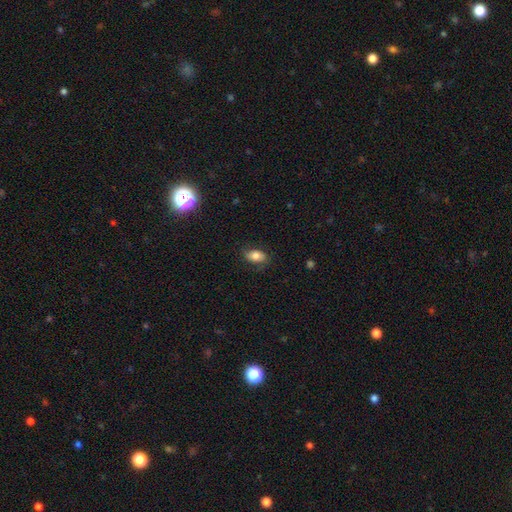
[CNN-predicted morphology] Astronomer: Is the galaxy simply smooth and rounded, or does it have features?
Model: smooth — 74%.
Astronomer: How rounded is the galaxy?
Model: in between — 88%.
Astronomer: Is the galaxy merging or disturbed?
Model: none — 74%.